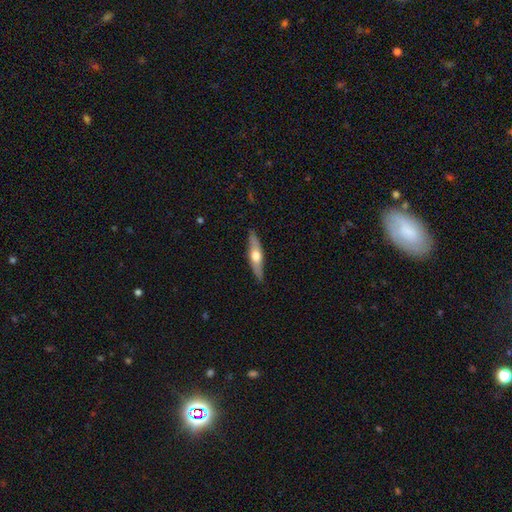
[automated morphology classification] smooth-or-featured: featured or disk: 54% | smooth: 41% | star or artifact: 5%
  disk-edge-on: yes: 90% | no: 10%
  merging: none: 88% | minor disturbance: 9% | major disturbance: 2% | merger: 1%